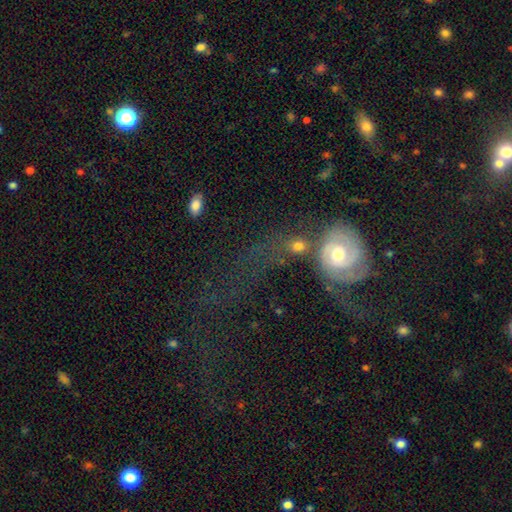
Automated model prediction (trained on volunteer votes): A featured or disk galaxy (54%).

Vote fractions:
- Smooth or featured? featured or disk: 54% / smooth: 32% / star or artifact: 14%
- Edge-on disk? no: 93% / yes: 7%
- Merging? major disturbance: 46% / merger: 23% / none: 20% / minor disturbance: 11%